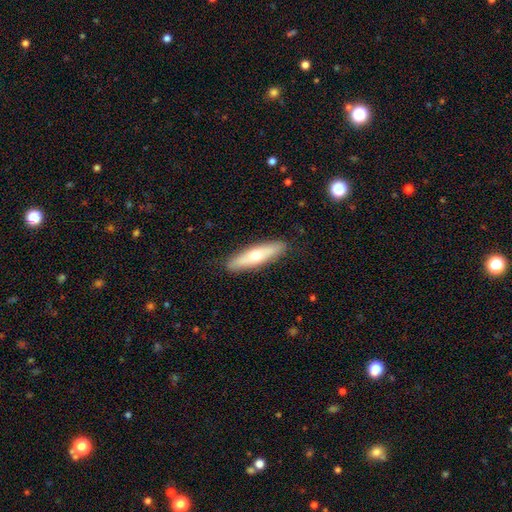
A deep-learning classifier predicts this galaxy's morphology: This is possibly a smooth galaxy (53%). How rounded: likely cigar-shaped (73%). Merging: clearly none (88%).